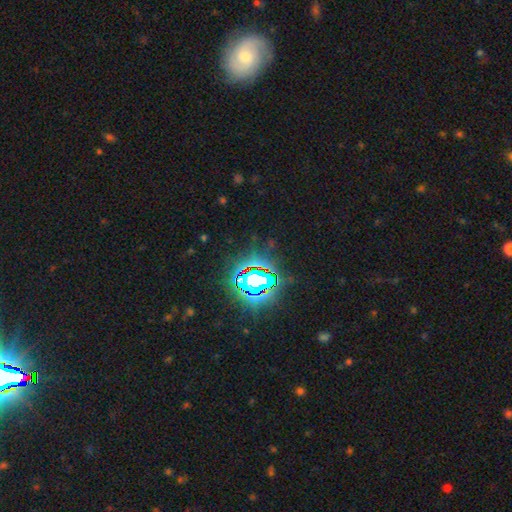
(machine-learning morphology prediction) smooth_or_featured: star or artifact (p=0.82) [alt: smooth p=0.10]